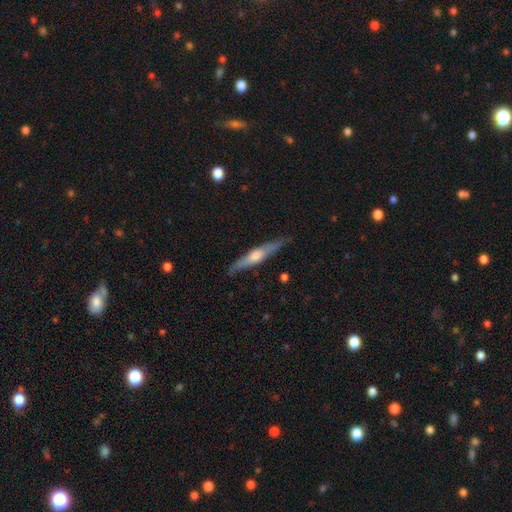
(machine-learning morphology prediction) This appears to be a featured or disk galaxy (63%) viewed edge-on (96%) with a rounded central bulge (84%). Merging: none (86%).